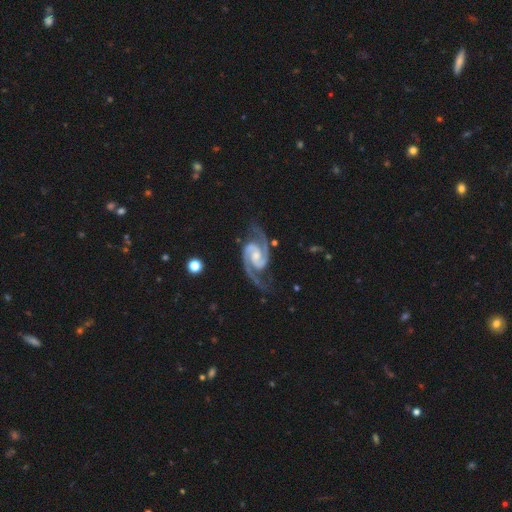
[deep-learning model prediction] The model was most divided on "bulge size": small: 43%, moderate: 42%, none: 10%, large: 4%, dominant: 1%. Remaining: spiral arms — yes (99%); edge-on disk — no (98%); smooth or featured — featured or disk (95%); spiral arm count — 2 (95%); merging — none (76%); spiral winding — medium (60%); bar — no (42%).